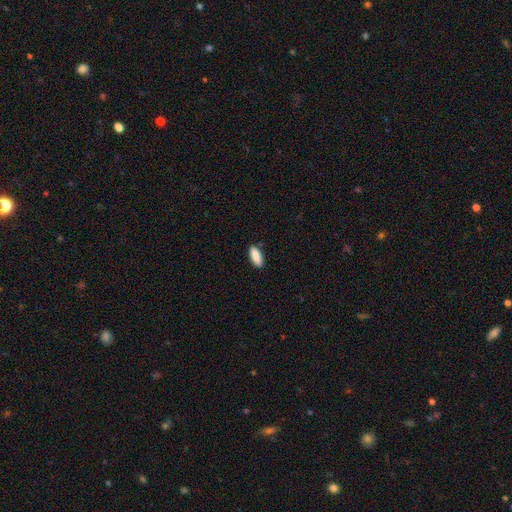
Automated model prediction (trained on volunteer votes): Smooth or featured: smooth — 88% (star or artifact — 6%)
How rounded: in between — 69% (cigar-shaped — 29%)
Merging: none — 88% (minor disturbance — 9%)